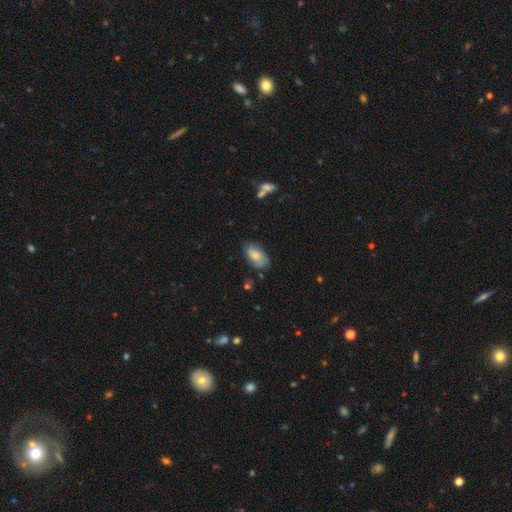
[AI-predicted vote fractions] Smooth or featured: smooth — 72% (featured or disk — 20%)
How rounded: in between — 92% (round — 4%)
Merging: none — 68% (minor disturbance — 24%)